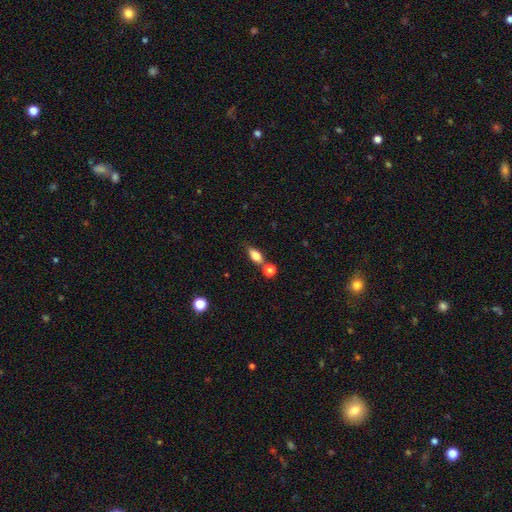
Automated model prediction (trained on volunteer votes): A smooth galaxy with no disk features (77%) that is in between round and cigar-shaped (79%). Merging: none (64%).